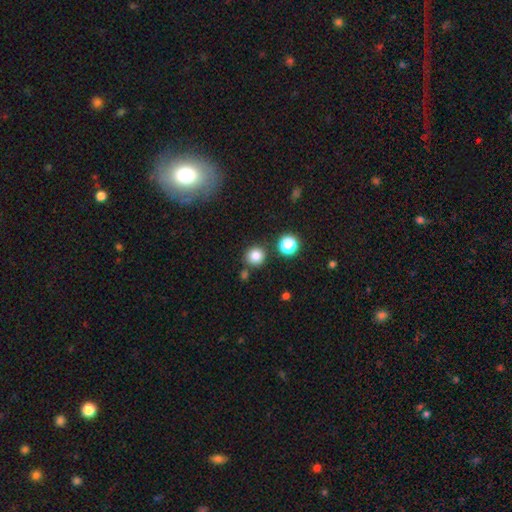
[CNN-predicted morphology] This is clearly a smooth galaxy (82%). How rounded: clearly round (90%). Merging: clearly none (82%).